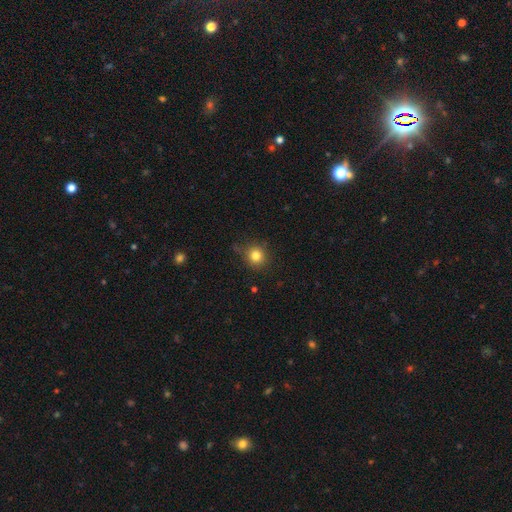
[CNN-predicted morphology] The model was most divided on "merging": none: 81%, minor disturbance: 14%, major disturbance: 3%, merger: 2%. More confident: how rounded — round (90%); smooth or featured — smooth (81%).